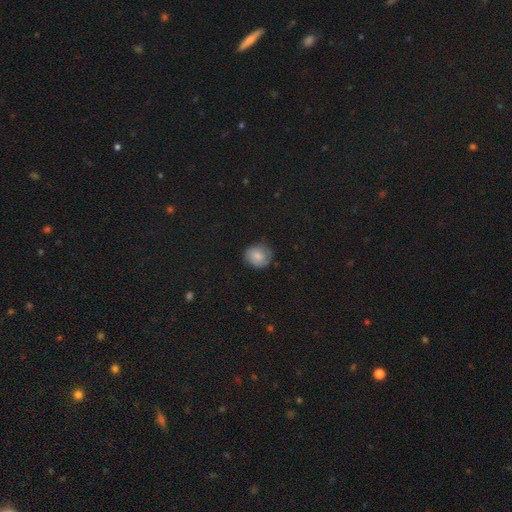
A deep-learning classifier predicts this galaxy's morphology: This is likely a smooth galaxy (73%). How rounded: likely round (80%). Merging: likely none (74%).